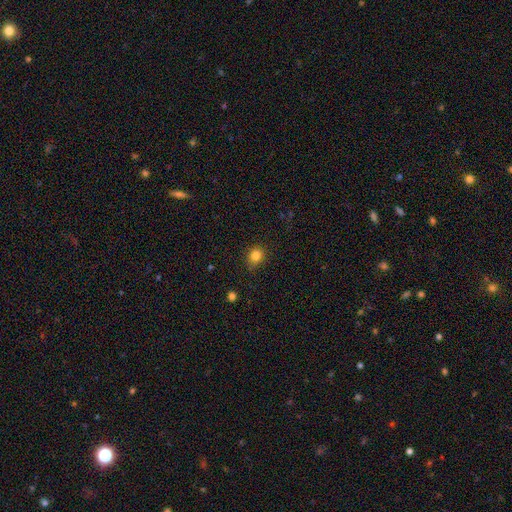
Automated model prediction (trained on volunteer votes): Morphology: type=smooth (83%); roundness=round (73%); merging=none (83%).